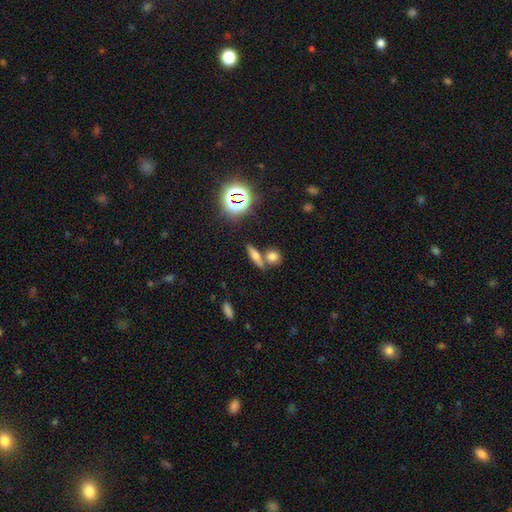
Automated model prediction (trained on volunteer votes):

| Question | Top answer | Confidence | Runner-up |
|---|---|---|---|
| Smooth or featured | smooth | 54% | featured or disk (27%) |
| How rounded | cigar-shaped | 55% | in between (32%) |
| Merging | none | 62% | merger (25%) |